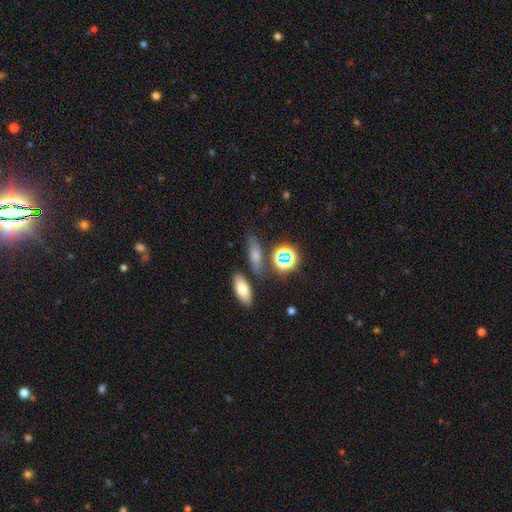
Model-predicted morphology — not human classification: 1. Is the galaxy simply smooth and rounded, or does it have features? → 62% smooth, 23% star or artifact, 16% featured or disk.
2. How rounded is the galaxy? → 61% in between, 26% cigar-shaped, 13% round.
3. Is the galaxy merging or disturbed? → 71% none, 15% minor disturbance, 9% merger, 5% major disturbance.